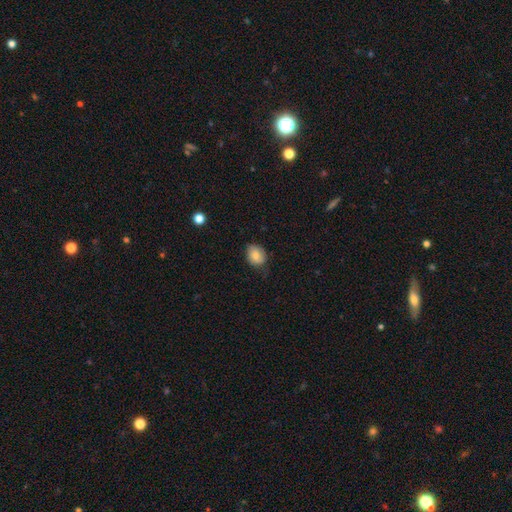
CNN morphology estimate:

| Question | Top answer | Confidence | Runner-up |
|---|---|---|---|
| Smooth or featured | smooth | 80% | featured or disk (12%) |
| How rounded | in between | 57% | round (42%) |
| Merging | none | 69% | minor disturbance (25%) |